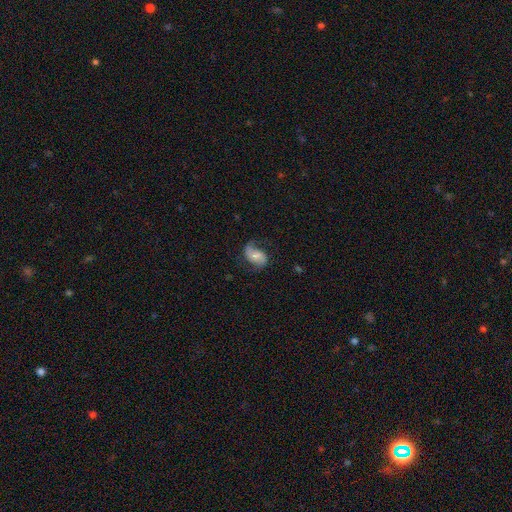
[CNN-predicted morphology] type=featured or disk (69%); edge-on=no (97%); bar=no (50%); spiral arms=yes (93%); winding=loose (51%); arm count=2 (82%); bulge=small (48%); merging=none (64%).